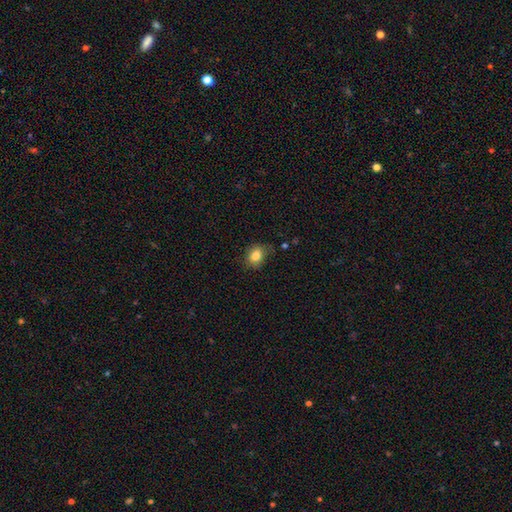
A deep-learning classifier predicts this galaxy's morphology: Smooth or featured? smooth (83%)
How rounded? in between (66%)
Merging? none (70%)